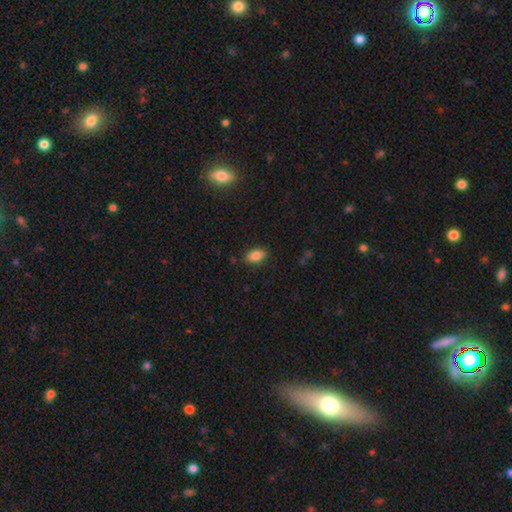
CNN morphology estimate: A smooth galaxy with no disk features (85%) that is in between round and cigar-shaped (90%). Merging: none (86%).